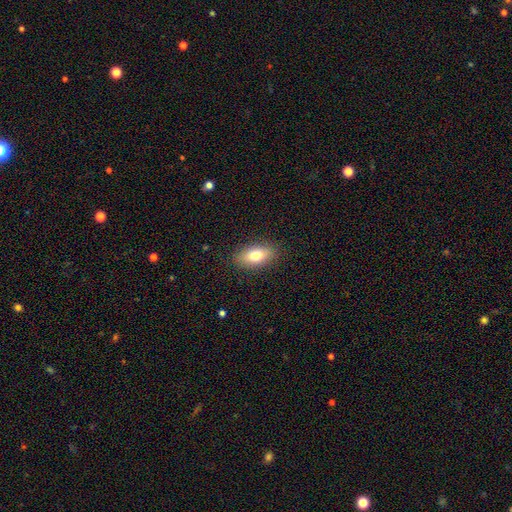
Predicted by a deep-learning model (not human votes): Smooth or featured?
  - smooth: 77% *
  - featured or disk: 15%
  - star or artifact: 8%
How rounded?
  - in between: 87% *
  - cigar-shaped: 8%
  - round: 5%
Merging?
  - none: 88% *
  - minor disturbance: 9%
  - major disturbance: 2%
  - merger: 1%